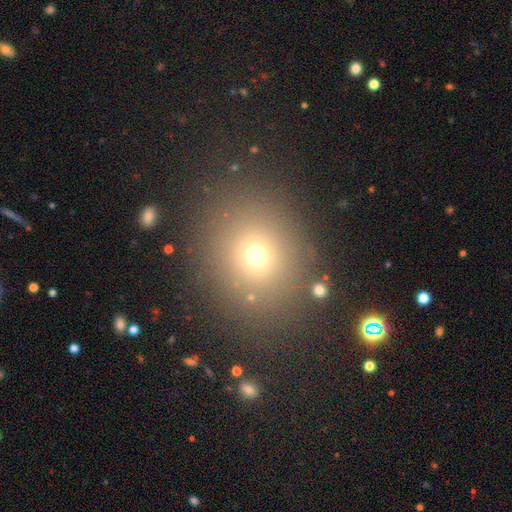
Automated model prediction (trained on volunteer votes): A smooth galaxy with no disk features (66%) that is round (74%).

Vote fractions:
- Smooth or featured? smooth: 66% / star or artifact: 24% / featured or disk: 10%
- How rounded? round: 74% / in between: 25% / cigar-shaped: 1%
- Merging? none: 84% / minor disturbance: 8% / major disturbance: 4% / merger: 3%